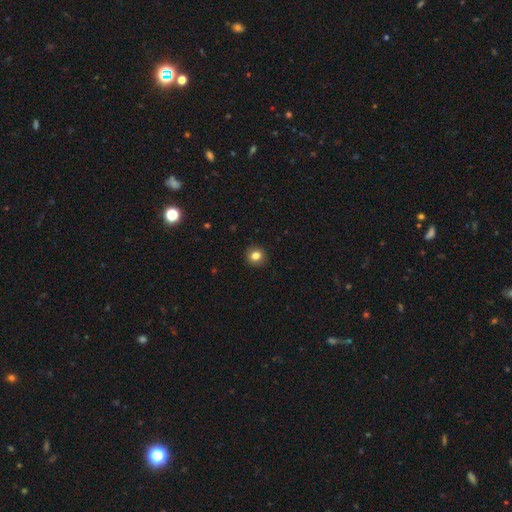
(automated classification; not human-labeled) A smooth galaxy with no disk features (83%) that is round (88%). Merging: none (91%).